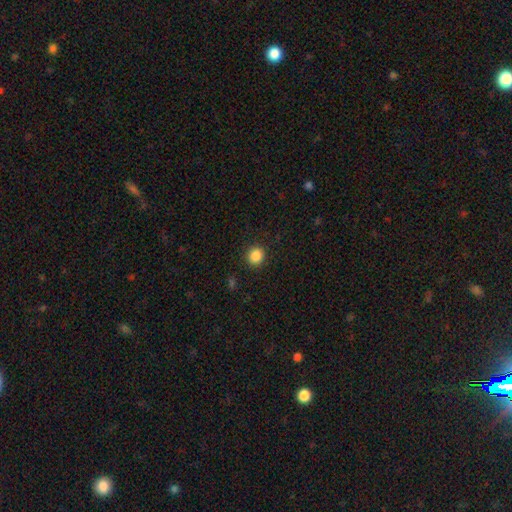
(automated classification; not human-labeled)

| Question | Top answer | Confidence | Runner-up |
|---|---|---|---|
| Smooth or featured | smooth | 87% | star or artifact (10%) |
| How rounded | round | 87% | in between (12%) |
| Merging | none | 91% | minor disturbance (6%) |